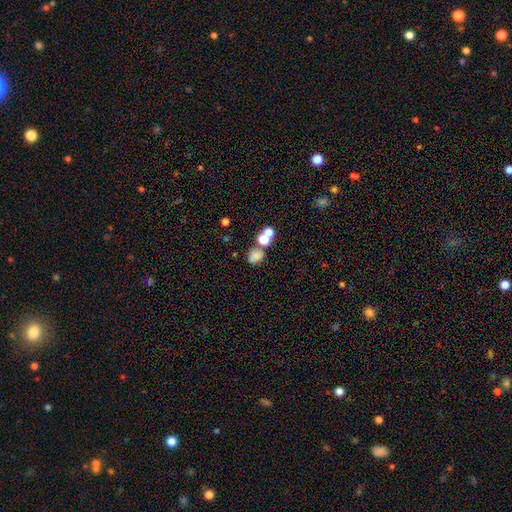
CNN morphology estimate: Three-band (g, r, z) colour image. It shows a smooth galaxy with no disk features (69%) that is round (61%). Merging: none (44%).